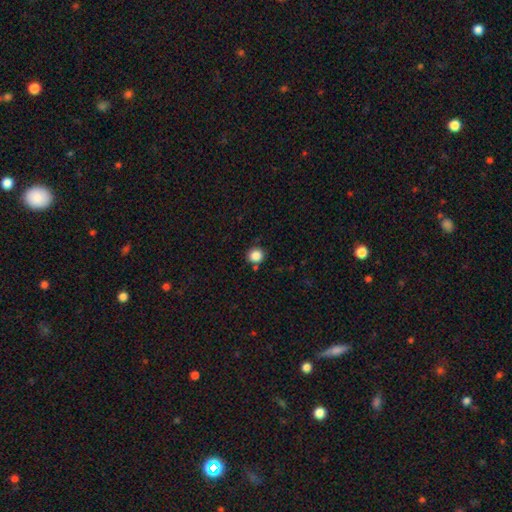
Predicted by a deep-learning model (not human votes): Smooth or featured? smooth (86%)
How rounded? round (92%)
Merging? none (84%)